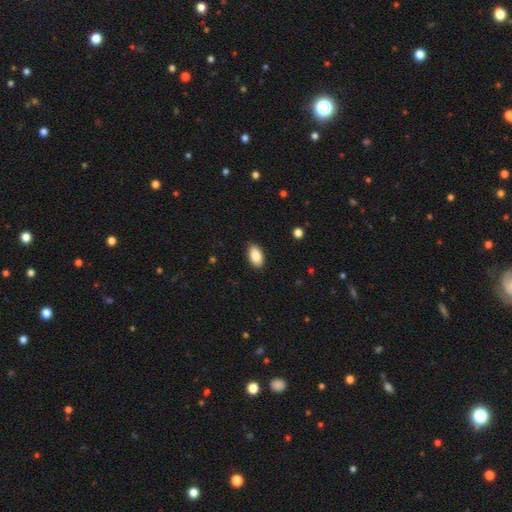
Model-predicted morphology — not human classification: Q: Smooth or featured?
A: smooth (87%); runner-up: star or artifact (7%)
Q: How rounded?
A: in between (94%); runner-up: round (3%)
Q: Merging?
A: none (88%); runner-up: minor disturbance (9%)